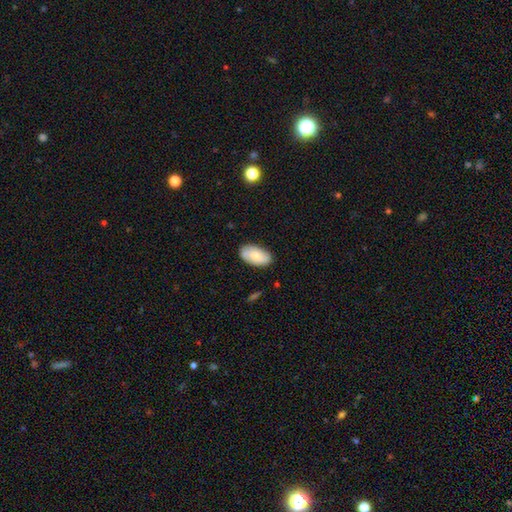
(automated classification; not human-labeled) smooth 71%, featured or disk 23%, star or artifact 6%. Down the decision tree: how rounded — in between (94%); merging — none (84%).